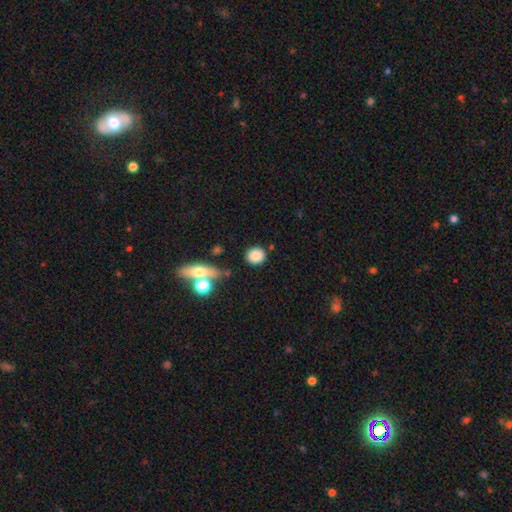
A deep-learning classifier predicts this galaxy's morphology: Smooth or featured? Predicted: smooth (p=0.85). How rounded? Predicted: round (p=0.83). Merging? Predicted: none (p=0.81).